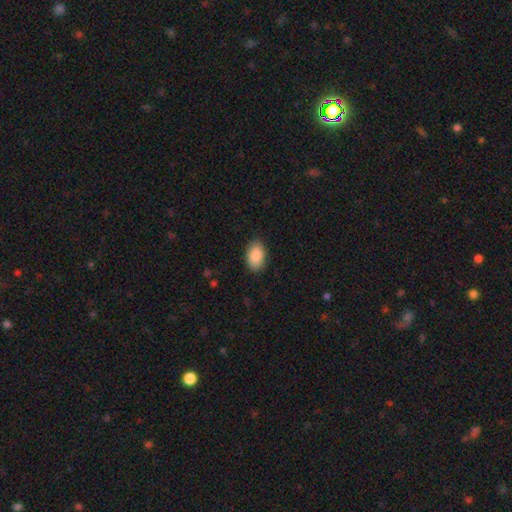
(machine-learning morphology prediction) Overall: smooth (90%). How rounded: in between (92%). Merging: none (87%).